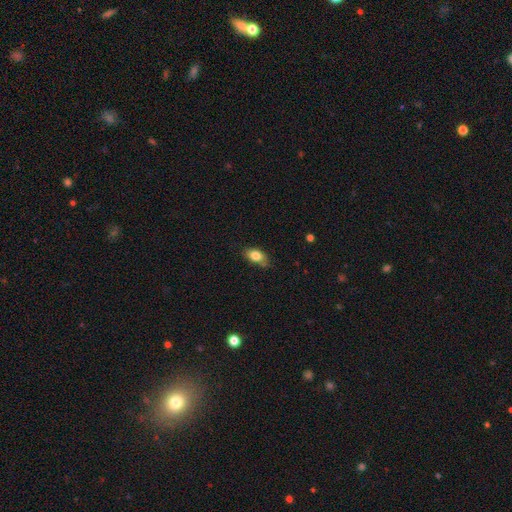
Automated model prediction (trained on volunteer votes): Smooth or featured?
  - smooth: 82% *
  - featured or disk: 10%
  - star or artifact: 8%
How rounded?
  - in between: 86% *
  - round: 10%
  - cigar-shaped: 4%
Merging?
  - none: 68% *
  - minor disturbance: 25%
  - major disturbance: 4%
  - merger: 2%